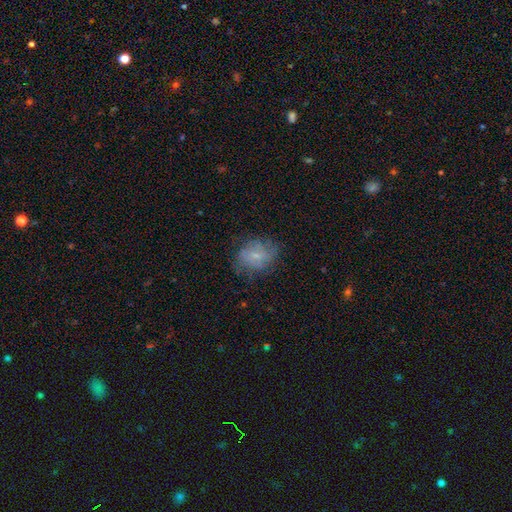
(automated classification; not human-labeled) Smooth or featured? Predicted: smooth (p=0.47). Merging? Predicted: none (p=0.65).